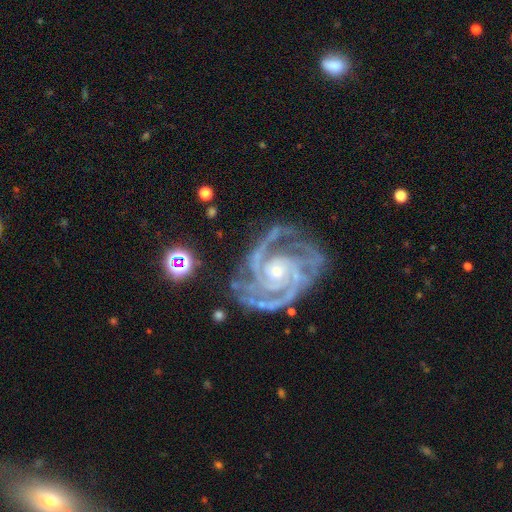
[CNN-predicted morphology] This appears to be a featured or disk galaxy (90%) with no bar (56%), 2 (37%) tight (65%) spiral arms (98%) and a small central bulge (61%). Merging: none (73%).